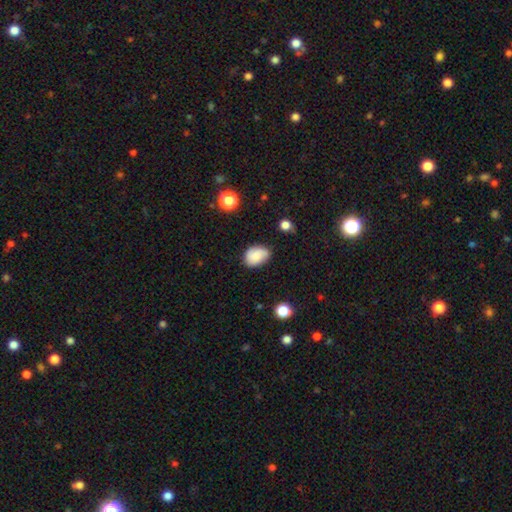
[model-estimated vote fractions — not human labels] A smooth galaxy with no disk features (76%) that is in between round and cigar-shaped (74%).

Vote fractions:
- Smooth or featured? smooth: 76% / featured or disk: 15% / star or artifact: 9%
- How rounded? in between: 74% / round: 24% / cigar-shaped: 1%
- Merging? none: 66% / minor disturbance: 26% / major disturbance: 5% / merger: 3%